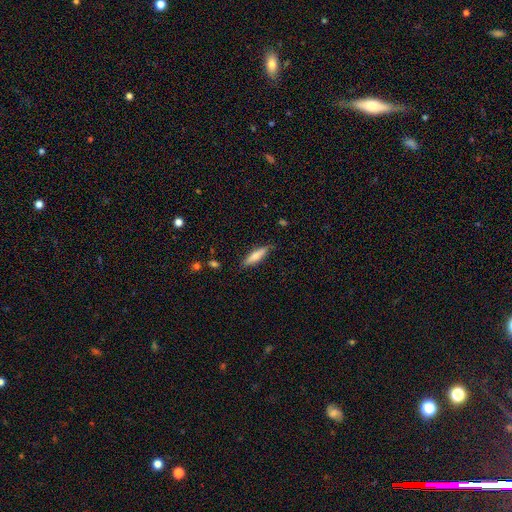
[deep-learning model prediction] This is likely a smooth galaxy (73%). How rounded: likely cigar-shaped (72%). Merging: clearly none (81%).